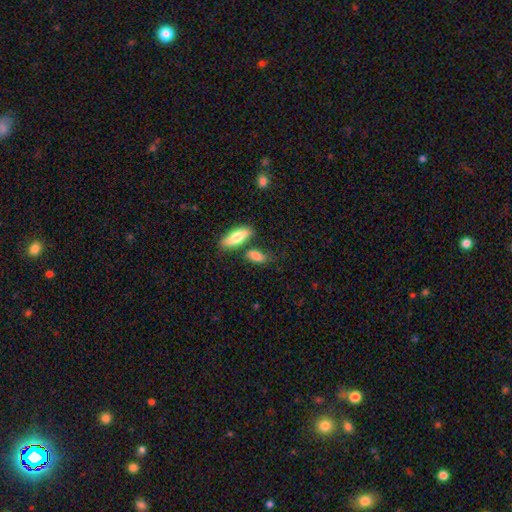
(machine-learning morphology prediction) Smooth or featured?
  - smooth: 82% *
  - featured or disk: 11%
  - star or artifact: 7%
How rounded?
  - in between: 74% *
  - cigar-shaped: 21%
  - round: 5%
Merging?
  - none: 61% *
  - minor disturbance: 17%
  - merger: 17%
  - major disturbance: 6%